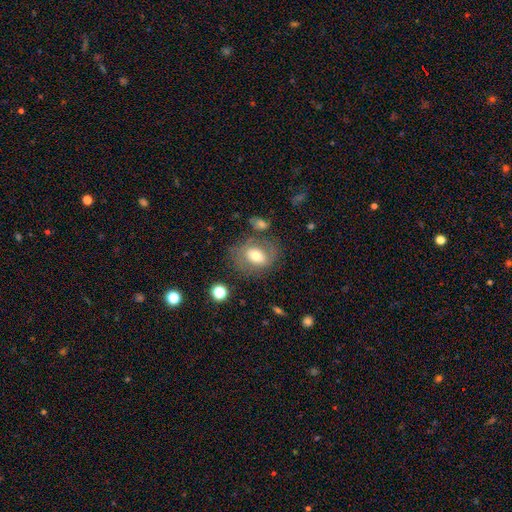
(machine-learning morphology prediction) Smooth or featured? Predicted: smooth (p=0.56). How rounded? Predicted: in between (p=0.58). Merging? Predicted: none (p=0.58).